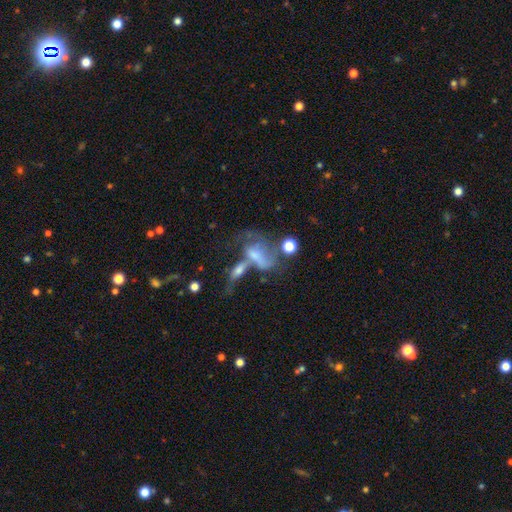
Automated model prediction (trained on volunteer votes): Smooth or featured?
  - featured or disk: 54% *
  - smooth: 31%
  - star or artifact: 15%
Edge-on disk?
  - no: 90% *
  - yes: 10%
Merging?
  - merger: 44% *
  - major disturbance: 23%
  - none: 21%
  - minor disturbance: 12%